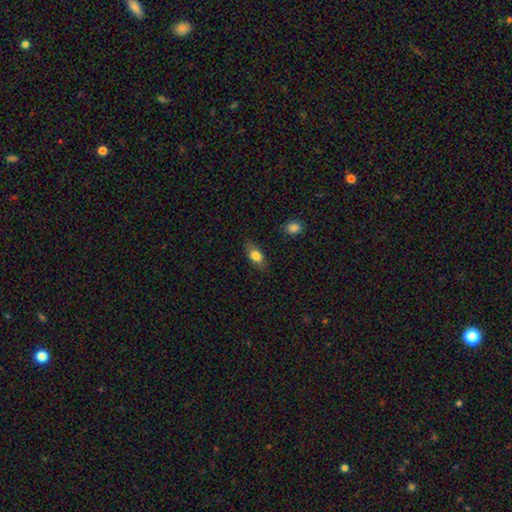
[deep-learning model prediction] Smooth or featured?
  - smooth: 78% *
  - featured or disk: 14%
  - star or artifact: 8%
How rounded?
  - in between: 81% *
  - cigar-shaped: 10%
  - round: 9%
Merging?
  - none: 80% *
  - minor disturbance: 15%
  - major disturbance: 4%
  - merger: 2%